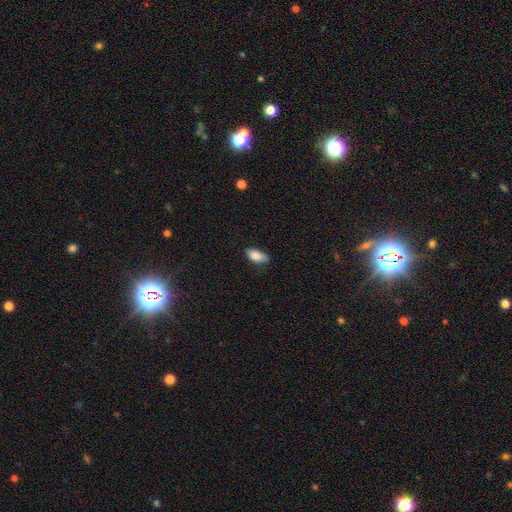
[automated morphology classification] smooth_or_featured: smooth (p=0.87) [alt: star or artifact p=0.07]
how_rounded: in between (p=0.91) [alt: cigar-shaped p=0.06]
merging: none (p=0.77) [alt: minor disturbance p=0.18]